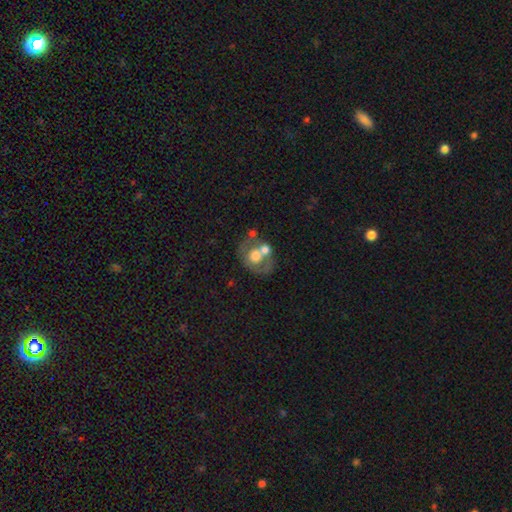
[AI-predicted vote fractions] Smooth or featured?
  - featured or disk: 48% *
  - smooth: 43%
  - star or artifact: 9%
Merging?
  - none: 38% *
  - merger: 36%
  - minor disturbance: 15%
  - major disturbance: 11%